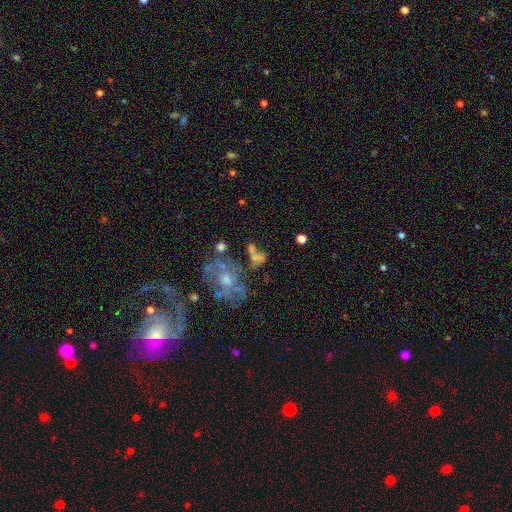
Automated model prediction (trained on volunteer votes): Q: Smooth or featured?
A: smooth (50%); runner-up: featured or disk (34%)
Q: How rounded?
A: in between (65%); runner-up: round (31%)
Q: Merging?
A: merger (32%); tied with: none (32%)